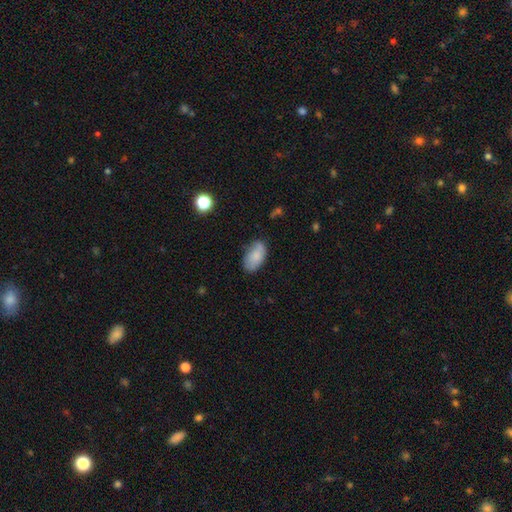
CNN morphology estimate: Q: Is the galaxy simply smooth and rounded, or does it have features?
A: smooth — 78%.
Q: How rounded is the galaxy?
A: in between — 93%.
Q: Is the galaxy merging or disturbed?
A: none — 63%.